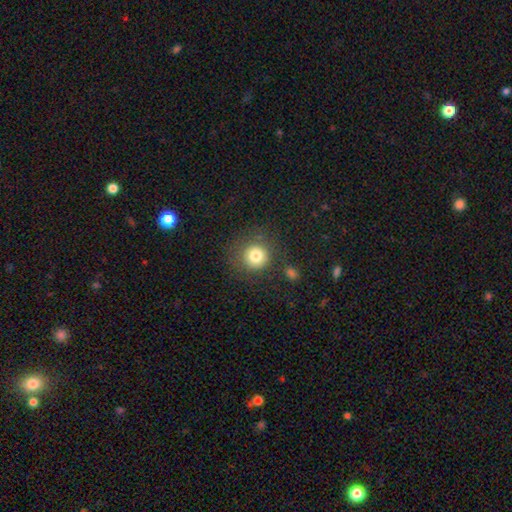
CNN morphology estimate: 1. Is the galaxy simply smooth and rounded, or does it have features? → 80% smooth, 12% star or artifact, 8% featured or disk.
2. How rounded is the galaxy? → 93% round, 6% in between, 1% cigar-shaped.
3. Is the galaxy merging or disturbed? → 78% none, 11% minor disturbance, 6% major disturbance, 5% merger.